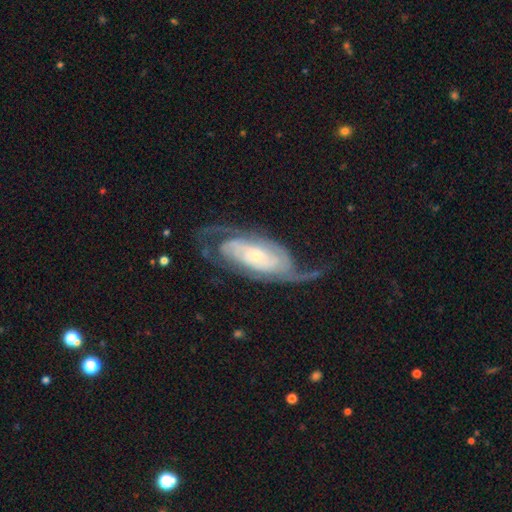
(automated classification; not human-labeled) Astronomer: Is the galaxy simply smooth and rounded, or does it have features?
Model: featured or disk — 87%.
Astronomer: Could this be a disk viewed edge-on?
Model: no — 93%.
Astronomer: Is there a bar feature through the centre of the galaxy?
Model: no — 67%.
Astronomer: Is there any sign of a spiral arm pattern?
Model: yes — 96%.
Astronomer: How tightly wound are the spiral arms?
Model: tight — 48% (runner-up: medium, 35%).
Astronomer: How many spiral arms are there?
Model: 2 — 63%.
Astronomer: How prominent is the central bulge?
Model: small — 68%.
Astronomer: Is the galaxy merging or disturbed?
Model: none — 62%.